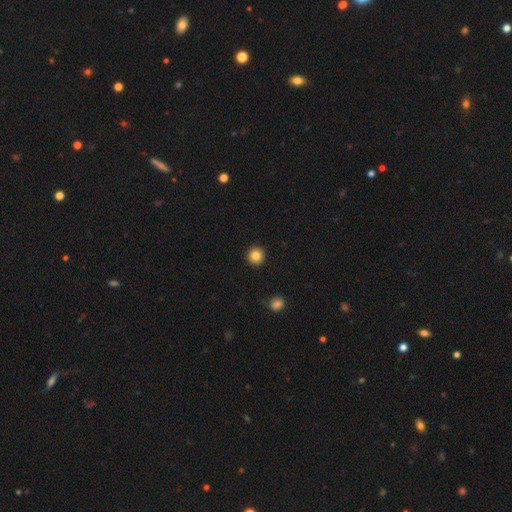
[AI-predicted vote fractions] Smooth or featured: smooth — 85% (star or artifact — 10%)
How rounded: round — 95% (in between — 4%)
Merging: none — 93% (minor disturbance — 4%)